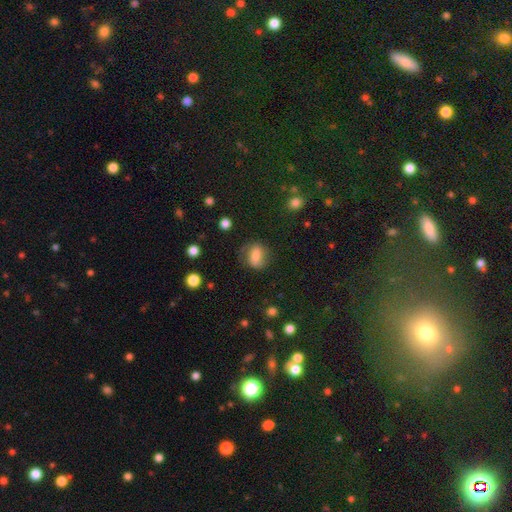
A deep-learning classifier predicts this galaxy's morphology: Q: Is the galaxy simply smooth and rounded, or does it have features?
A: smooth — 71%.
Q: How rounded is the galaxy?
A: in between — 63%.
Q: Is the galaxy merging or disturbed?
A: none — 66%.